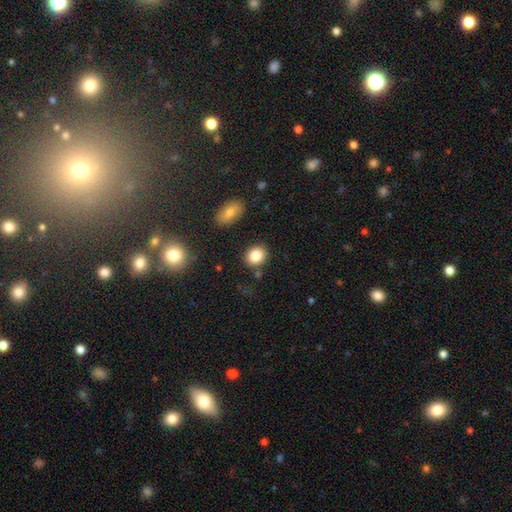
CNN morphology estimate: smooth-or-featured: smooth: 83% | star or artifact: 9% | featured or disk: 7%
  how-rounded: round: 61% | in between: 38% | cigar-shaped: 1%
  merging: none: 83% | minor disturbance: 10% | merger: 4% | major disturbance: 3%